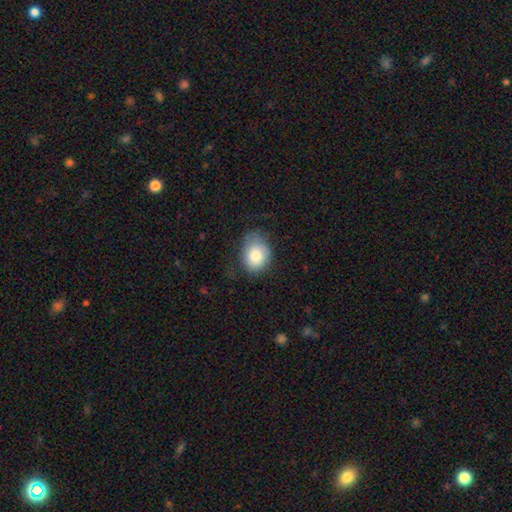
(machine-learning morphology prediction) Overall: smooth (81%). How rounded: in between (60%; round 39%). Merging: none (64%; minor disturbance 27%).